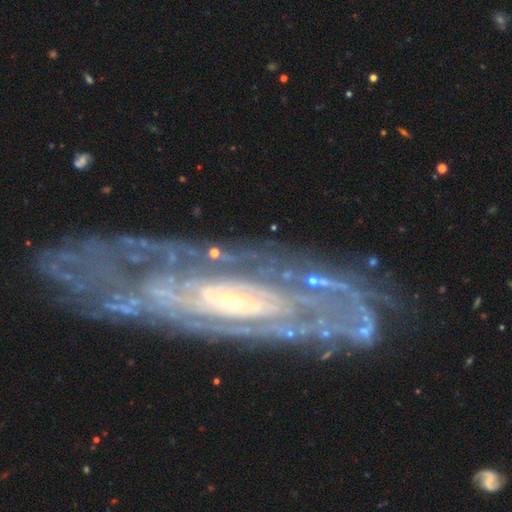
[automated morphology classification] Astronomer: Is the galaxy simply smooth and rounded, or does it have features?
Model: featured or disk — 87%.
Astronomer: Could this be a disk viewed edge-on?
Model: no — 85%.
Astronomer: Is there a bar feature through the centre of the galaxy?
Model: no — 67%.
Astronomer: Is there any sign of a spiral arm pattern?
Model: yes — 90%.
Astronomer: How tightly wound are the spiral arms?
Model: tight — 70%.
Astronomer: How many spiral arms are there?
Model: can't tell — 42% (runner-up: 2, 25%).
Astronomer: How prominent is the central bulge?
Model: small — 71%.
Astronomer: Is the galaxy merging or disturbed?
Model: none — 70%.